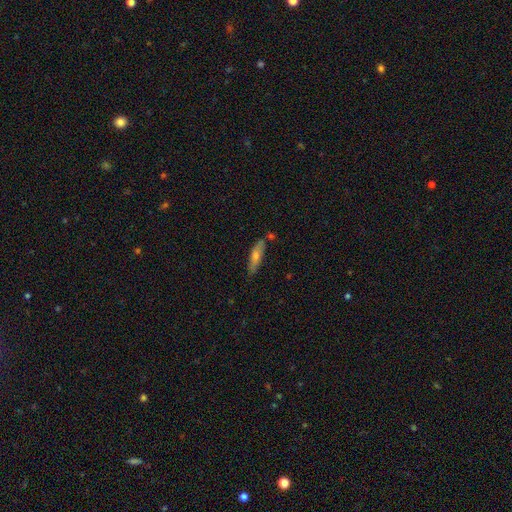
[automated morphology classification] This is possibly a smooth galaxy (54%). How rounded: likely cigar-shaped (71%). Merging: likely none (74%).